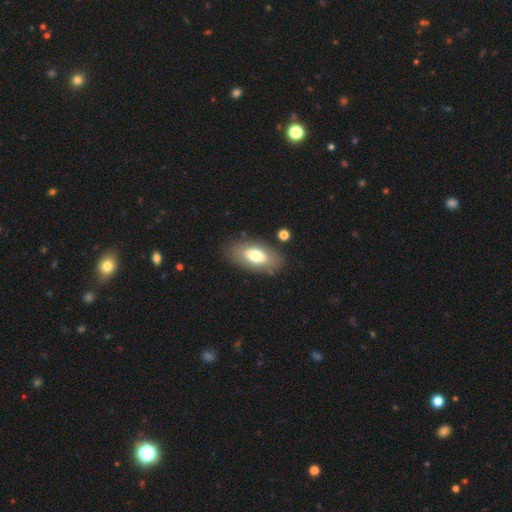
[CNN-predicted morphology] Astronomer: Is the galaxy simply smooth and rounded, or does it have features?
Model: smooth — 65%.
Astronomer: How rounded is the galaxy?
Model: in between — 92%.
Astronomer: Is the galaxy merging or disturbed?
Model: none — 81%.